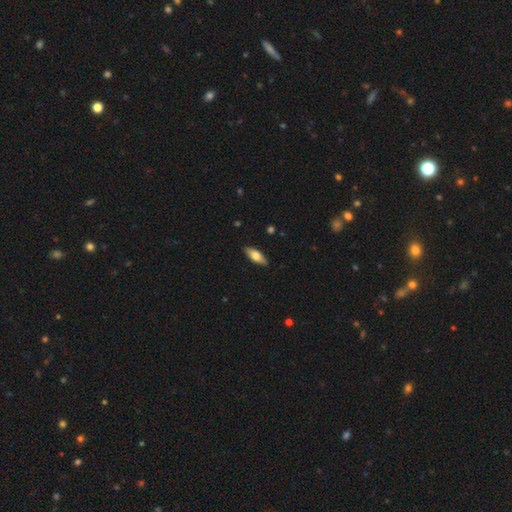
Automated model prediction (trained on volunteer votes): Morphology: type=smooth (64%); roundness=in between (67%); merging=none (89%).